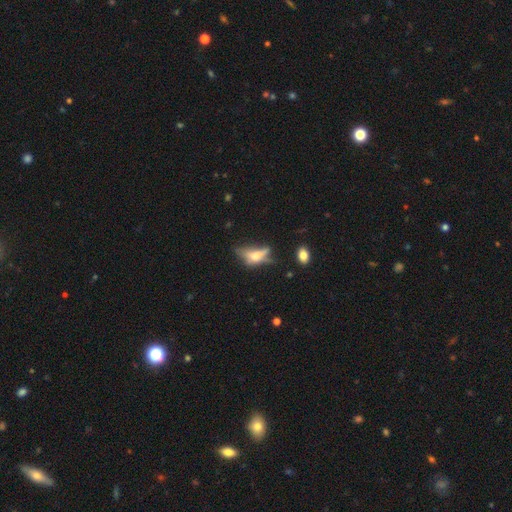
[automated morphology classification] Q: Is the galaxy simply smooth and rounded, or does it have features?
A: smooth — 45%.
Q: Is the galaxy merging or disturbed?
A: none — 33%.